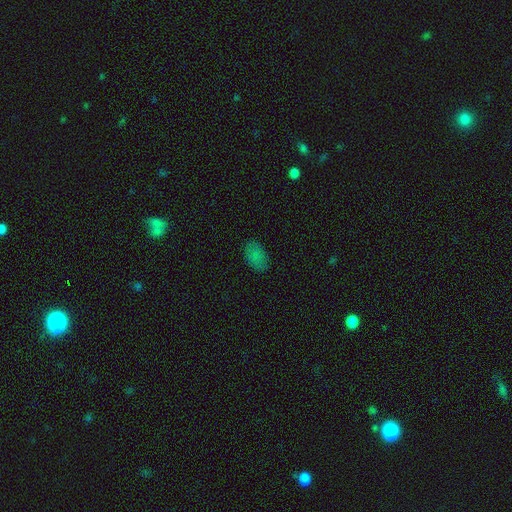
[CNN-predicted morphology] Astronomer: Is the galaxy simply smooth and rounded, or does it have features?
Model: smooth — 79%.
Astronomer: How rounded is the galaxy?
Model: in between — 91%.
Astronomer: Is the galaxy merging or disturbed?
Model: none — 81%.